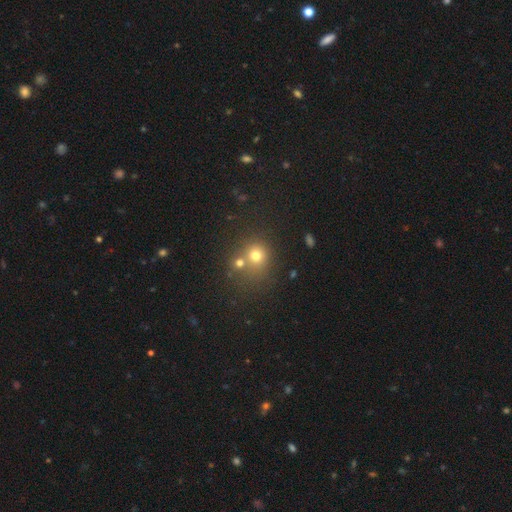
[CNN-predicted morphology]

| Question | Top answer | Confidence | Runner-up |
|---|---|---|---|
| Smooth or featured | smooth | 70% | star or artifact (18%) |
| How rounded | round | 82% | in between (17%) |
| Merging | none | 53% | merger (32%) |